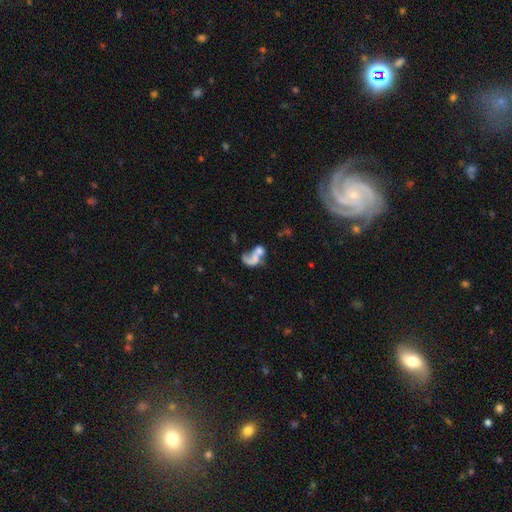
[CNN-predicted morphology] This appears to be a featured or disk galaxy (49%). Merging: merger (49%).